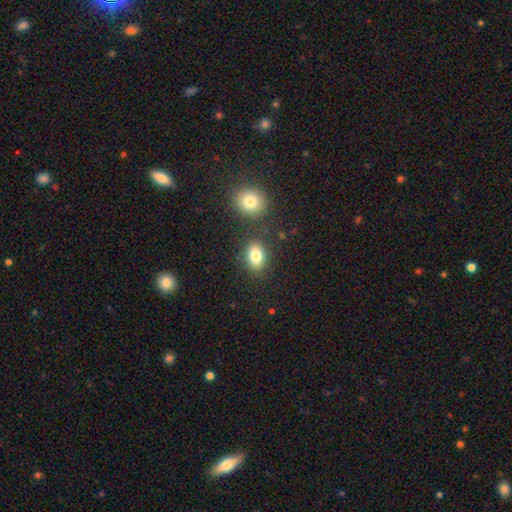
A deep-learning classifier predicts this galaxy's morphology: smooth 82%, star or artifact 10%, featured or disk 9%. Down the decision tree: how rounded — in between (78%); merging — none (77%).